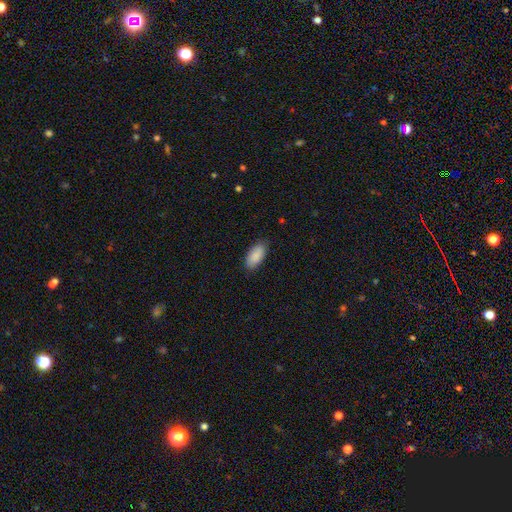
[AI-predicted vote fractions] Smooth or featured?
  - smooth: 90% *
  - star or artifact: 6%
  - featured or disk: 4%
How rounded?
  - in between: 92% *
  - cigar-shaped: 6%
  - round: 2%
Merging?
  - none: 87% *
  - minor disturbance: 10%
  - major disturbance: 2%
  - merger: 1%